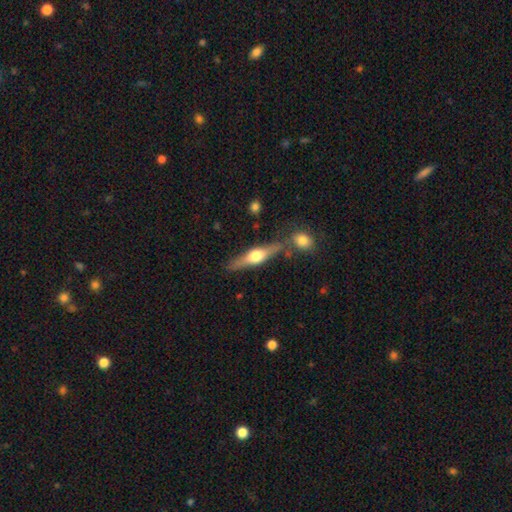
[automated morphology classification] featured or disk 63%, smooth 31%, star or artifact 6%. Down the decision tree: edge-on disk — yes (95%); edge-on bulge — rounded (94%); merging — none (76%).